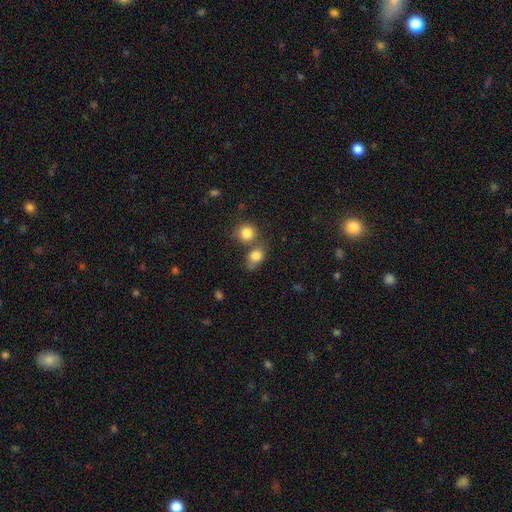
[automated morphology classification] Smooth or featured: smooth — 82% (star or artifact — 9%)
How rounded: in between — 57% (round — 41%)
Merging: none — 47% (merger — 34%)